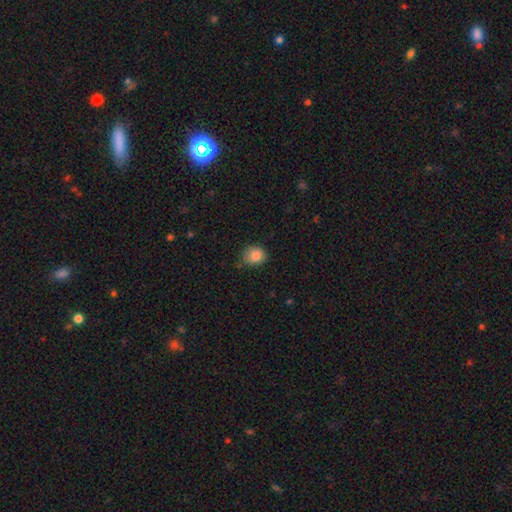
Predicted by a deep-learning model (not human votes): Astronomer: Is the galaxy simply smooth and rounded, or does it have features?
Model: smooth — 84%.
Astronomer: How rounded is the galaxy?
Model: round — 68%.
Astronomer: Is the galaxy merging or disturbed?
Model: none — 68%.